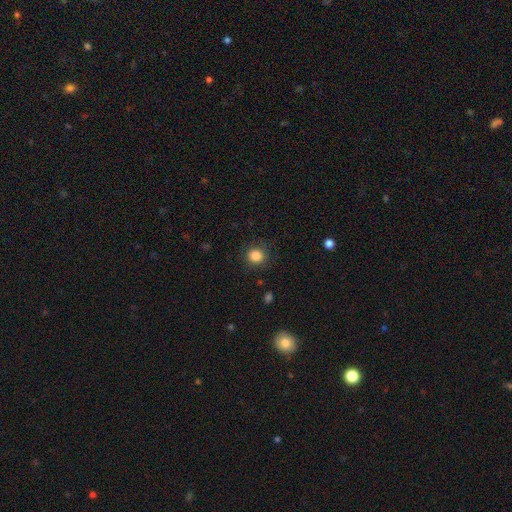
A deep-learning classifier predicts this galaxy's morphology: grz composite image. It shows a smooth galaxy with no disk features (84%) that is round (90%). Merging: none (88%).